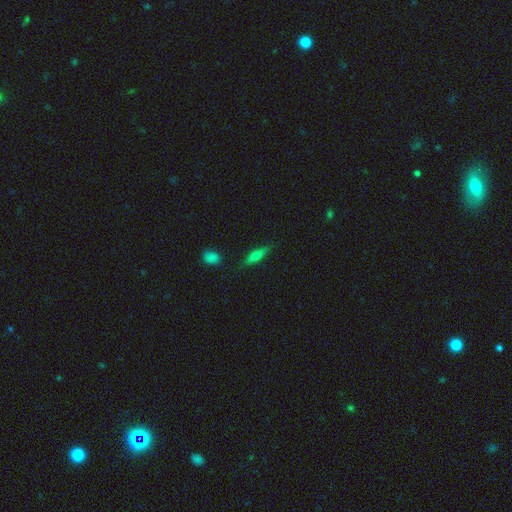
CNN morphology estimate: This is possibly a smooth galaxy (55%). How rounded: likely cigar-shaped (69%). Merging: clearly none (82%).